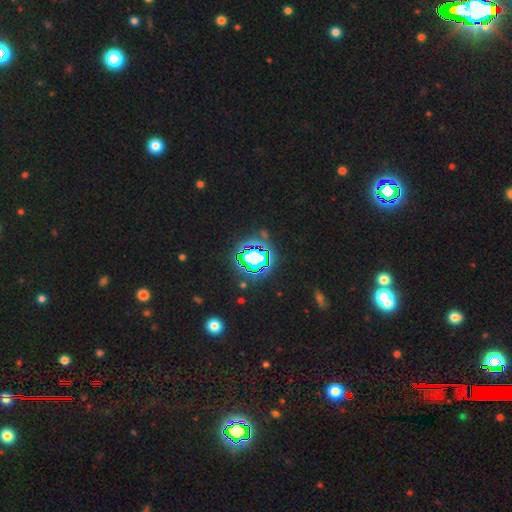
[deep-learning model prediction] Morphology: type=star or artifact (72%).